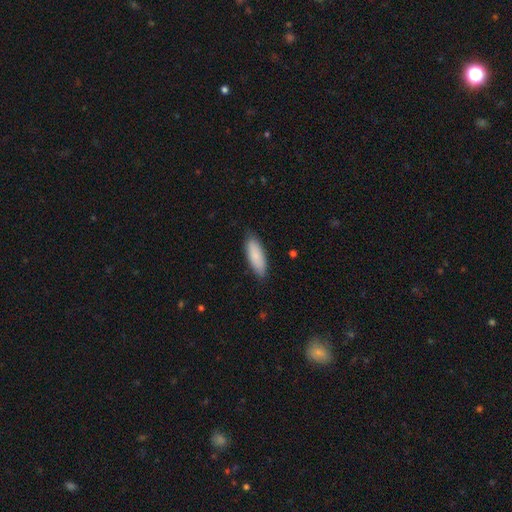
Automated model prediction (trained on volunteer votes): smooth 86%, featured or disk 9%, star or artifact 5%. Down the decision tree: how rounded — in between (60%); merging — none (83%).